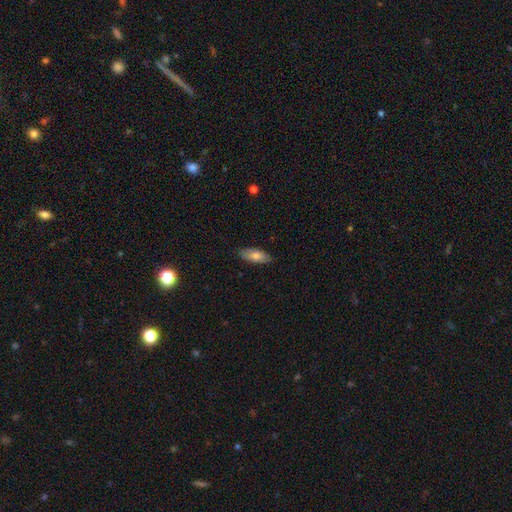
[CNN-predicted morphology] Overall: smooth (75%). How rounded: in between (82%). Merging: none (85%).